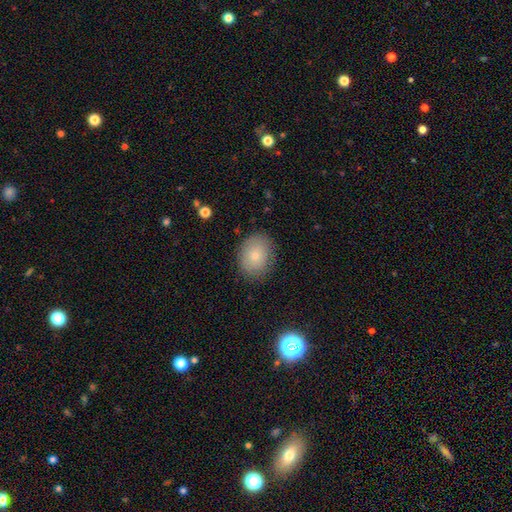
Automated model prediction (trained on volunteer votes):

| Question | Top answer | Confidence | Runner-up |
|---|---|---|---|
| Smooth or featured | smooth | 79% | featured or disk (12%) |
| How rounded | in between | 58% | round (41%) |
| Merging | none | 83% | minor disturbance (12%) |